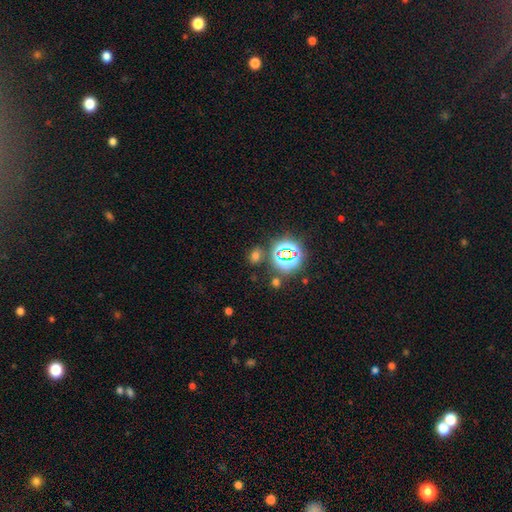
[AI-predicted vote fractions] smooth 55%, star or artifact 38%, featured or disk 7%. Down the decision tree: how rounded — in between (64%); merging — none (76%).